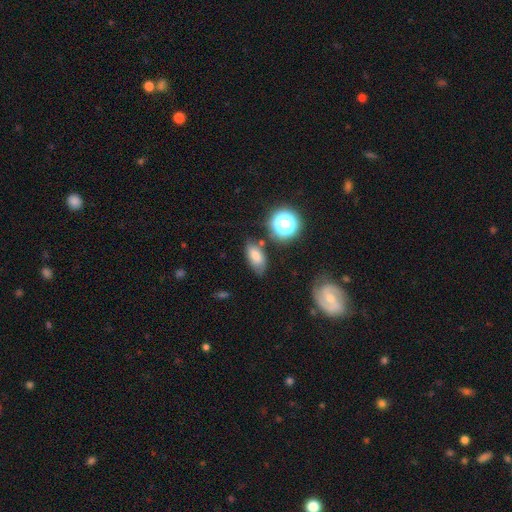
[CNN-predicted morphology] This appears to be a smooth galaxy with no disk features (72%) that is in between round and cigar-shaped (87%). Merging: none (66%).